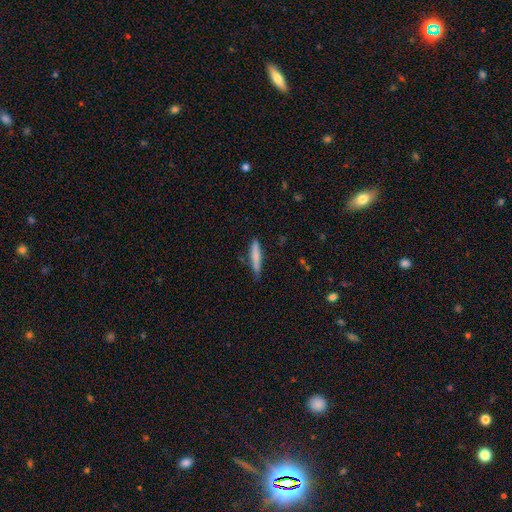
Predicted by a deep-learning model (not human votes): Smooth or featured? smooth (75%)
How rounded? cigar-shaped (90%)
Merging? none (71%)